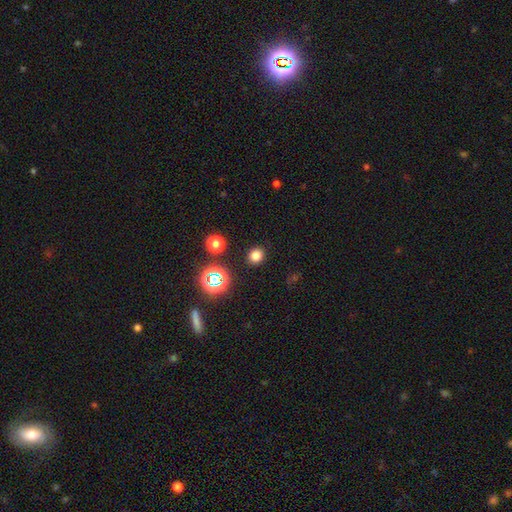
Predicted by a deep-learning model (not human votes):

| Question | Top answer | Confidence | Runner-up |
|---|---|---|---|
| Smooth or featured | smooth | 76% | star or artifact (19%) |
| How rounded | round | 77% | in between (22%) |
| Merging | none | 89% | minor disturbance (7%) |